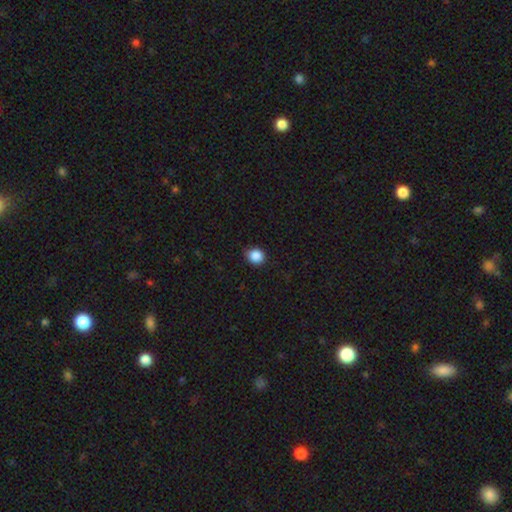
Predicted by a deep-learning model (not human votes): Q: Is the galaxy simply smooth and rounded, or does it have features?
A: smooth — 87%.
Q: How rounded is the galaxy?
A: round — 78%.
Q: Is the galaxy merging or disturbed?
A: none — 86%.